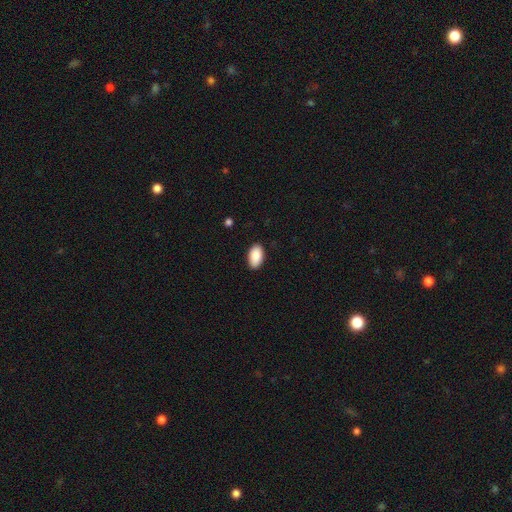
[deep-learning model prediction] Smooth or featured? smooth (90%)
How rounded? in between (95%)
Merging? none (88%)